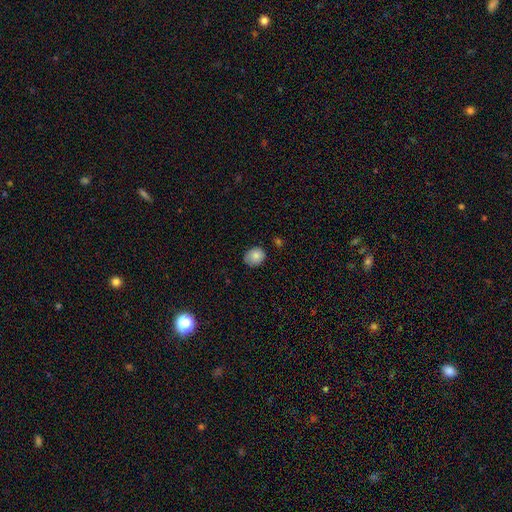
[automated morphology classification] Smooth or featured?
  - smooth: 84% *
  - star or artifact: 9%
  - featured or disk: 7%
How rounded?
  - round: 59% *
  - in between: 41%
  - cigar-shaped: 1%
Merging?
  - none: 72% *
  - minor disturbance: 22%
  - major disturbance: 3%
  - merger: 2%